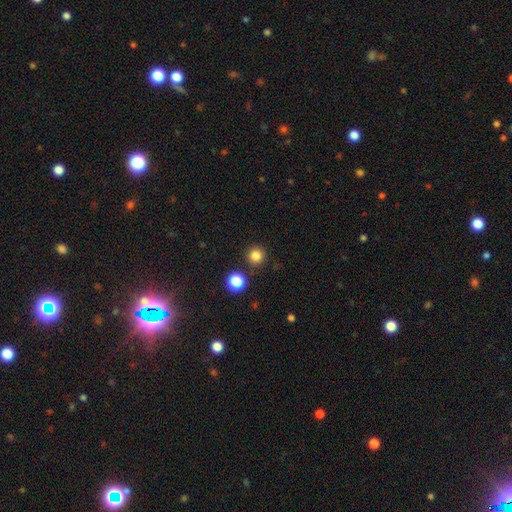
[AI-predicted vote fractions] Smooth or featured?
  - smooth: 82% *
  - star or artifact: 14%
  - featured or disk: 4%
How rounded?
  - round: 96% *
  - in between: 3%
  - cigar-shaped: 1%
Merging?
  - none: 90% *
  - minor disturbance: 5%
  - merger: 3%
  - major disturbance: 2%